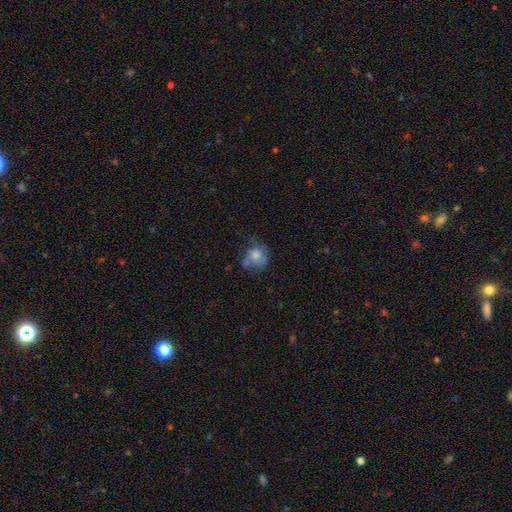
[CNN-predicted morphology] A smooth galaxy with no disk features (52%) that is round (67%).

Vote fractions:
- Smooth or featured? smooth: 52% / featured or disk: 39% / star or artifact: 9%
- How rounded? round: 67% / in between: 32% / cigar-shaped: 1%
- Merging? none: 48% / minor disturbance: 27% / major disturbance: 20% / merger: 5%